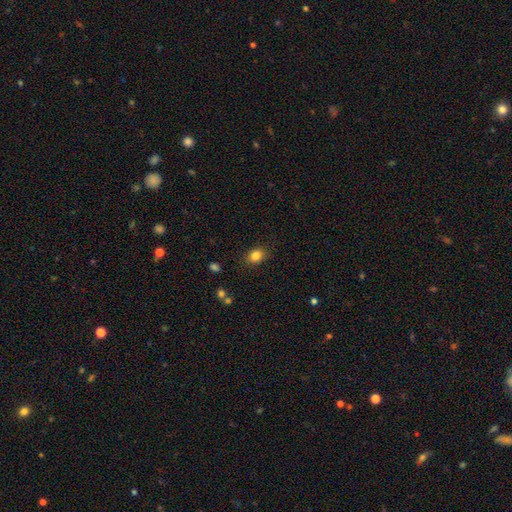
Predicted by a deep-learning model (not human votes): smooth_or_featured: smooth (p=0.84) [alt: star or artifact p=0.10]
how_rounded: in between (p=0.53) [alt: round p=0.46]
merging: none (p=0.85) [alt: minor disturbance p=0.10]